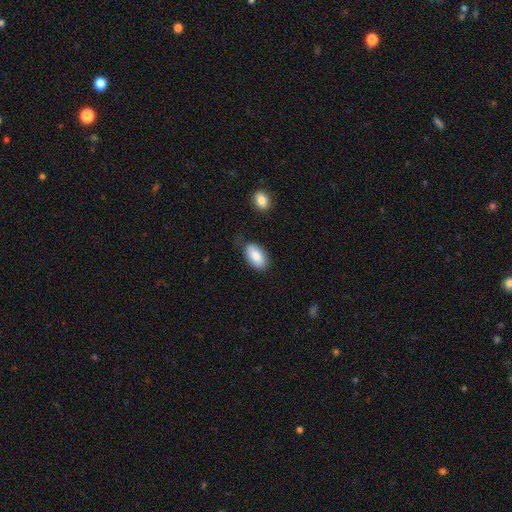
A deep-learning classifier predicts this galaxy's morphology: Smooth or featured?
  - smooth: 84% *
  - featured or disk: 10%
  - star or artifact: 6%
How rounded?
  - in between: 94% *
  - round: 4%
  - cigar-shaped: 2%
Merging?
  - none: 71% *
  - minor disturbance: 21%
  - major disturbance: 5%
  - merger: 3%